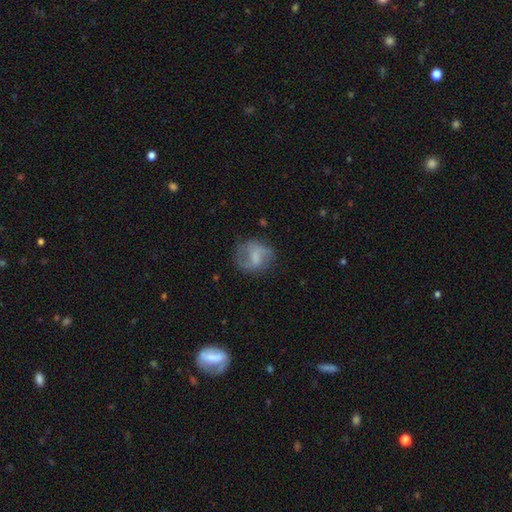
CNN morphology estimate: smooth_or_featured: featured or disk (p=0.52) [alt: smooth p=0.40]
disk_edge_on: no (p=0.97) [alt: yes p=0.03]
bar: weak (p=0.47) [alt: no p=0.34]
has_spiral_arms: yes (p=0.75) [alt: no p=0.25]
bulge_size: none (p=0.43) [alt: moderate p=0.24]
merging: none (p=0.63) [alt: minor disturbance p=0.21]